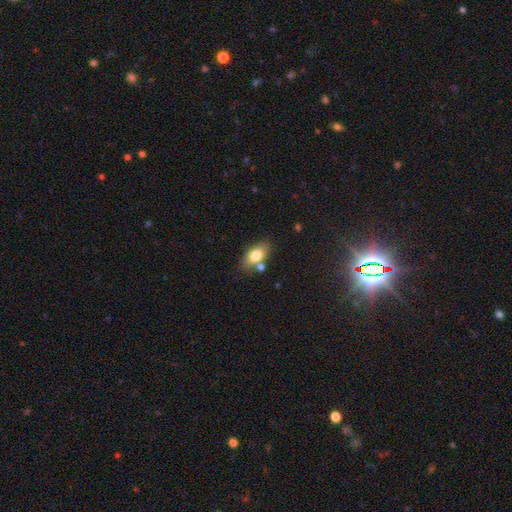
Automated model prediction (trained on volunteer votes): The model was most divided on "merging": none: 70%, minor disturbance: 14%, merger: 13%, major disturbance: 4%. More confident: how rounded — in between (89%); smooth or featured — smooth (77%).